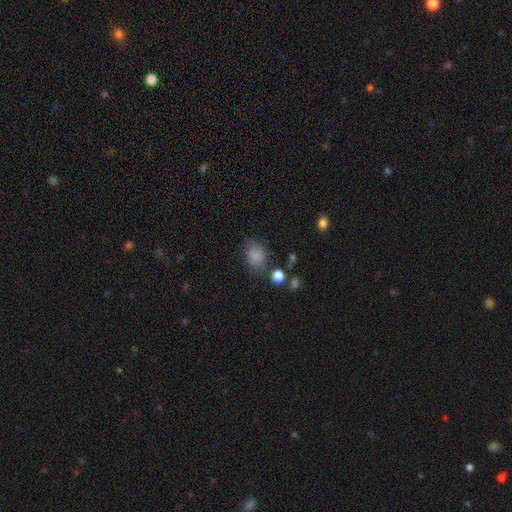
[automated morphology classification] smooth_or_featured: smooth (p=0.81) [alt: star or artifact p=0.12]
how_rounded: in between (p=0.64) [alt: round p=0.34]
merging: none (p=0.64) [alt: minor disturbance p=0.22]